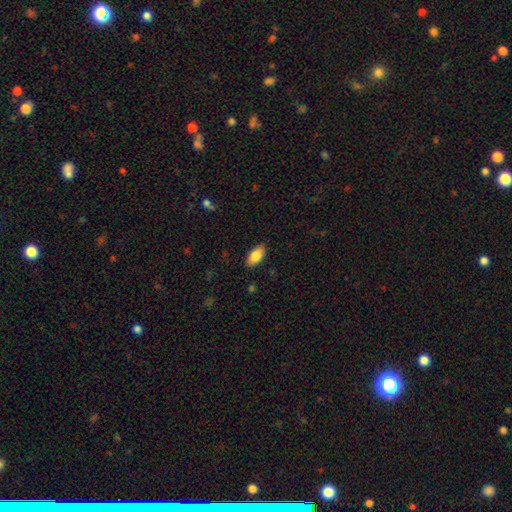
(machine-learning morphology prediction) A smooth galaxy with no disk features (85%) that is in between round and cigar-shaped (92%).

Vote fractions:
- Smooth or featured? smooth: 85% / featured or disk: 8% / star or artifact: 7%
- How rounded? in between: 92% / cigar-shaped: 5% / round: 3%
- Merging? none: 86% / minor disturbance: 11% / major disturbance: 2% / merger: 1%